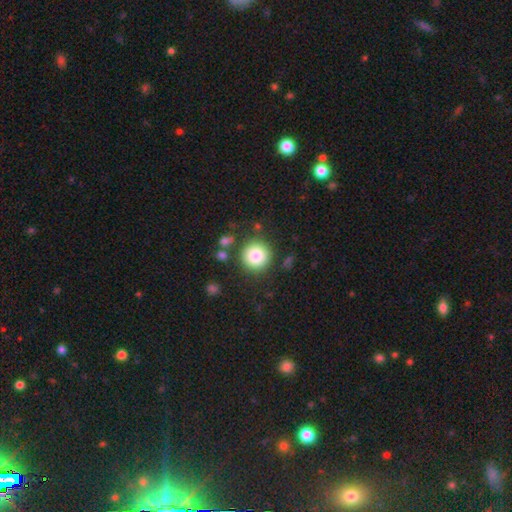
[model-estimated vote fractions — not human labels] smooth 82%, star or artifact 10%, featured or disk 8%. Down the decision tree: how rounded — round (94%); merging — none (85%).